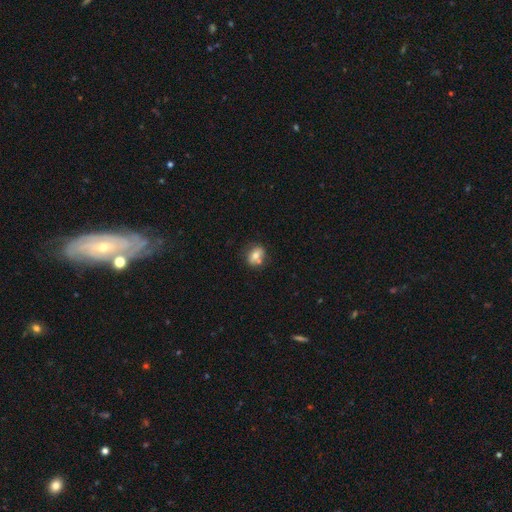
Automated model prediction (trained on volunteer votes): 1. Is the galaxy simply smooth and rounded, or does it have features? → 66% smooth, 24% featured or disk, 10% star or artifact.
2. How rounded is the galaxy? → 49% in between (tied), 49% round (tied), 2% cigar-shaped.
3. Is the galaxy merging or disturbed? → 60% none, 21% merger, 15% minor disturbance, 4% major disturbance.